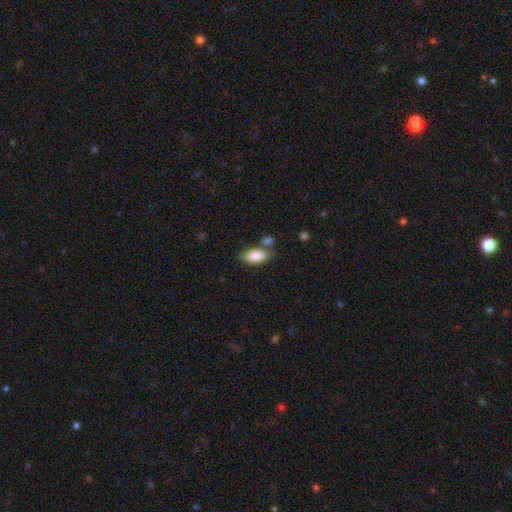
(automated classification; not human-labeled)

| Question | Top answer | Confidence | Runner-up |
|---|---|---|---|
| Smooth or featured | smooth | 85% | featured or disk (8%) |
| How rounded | in between | 89% | cigar-shaped (8%) |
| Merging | none | 63% | merger (17%) |